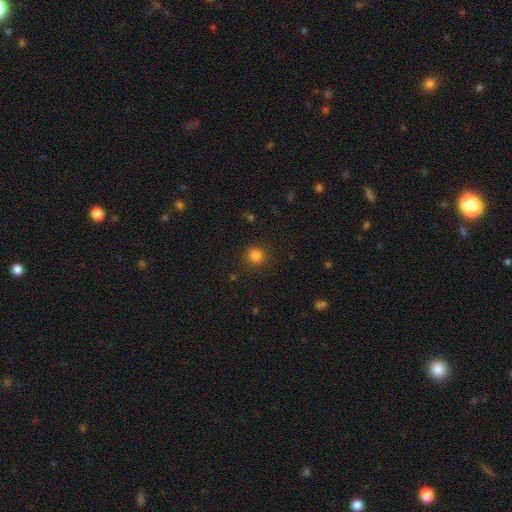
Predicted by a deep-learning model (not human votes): Overall: smooth (83%). How rounded: round (92%). Merging: none (89%).